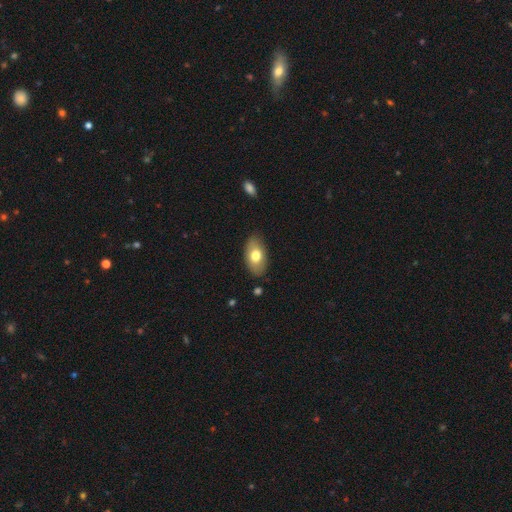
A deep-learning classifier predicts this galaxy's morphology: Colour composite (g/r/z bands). It shows a smooth galaxy with no disk features (72%) that is in between round and cigar-shaped (92%). Merging: none (84%).